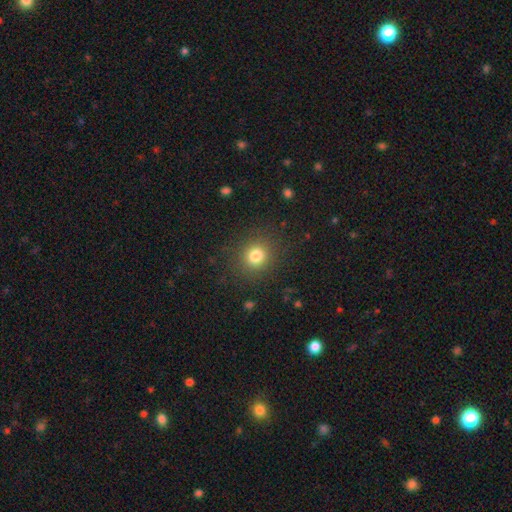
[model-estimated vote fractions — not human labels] Smooth or featured? smooth (80%)
How rounded? round (86%)
Merging? none (87%)